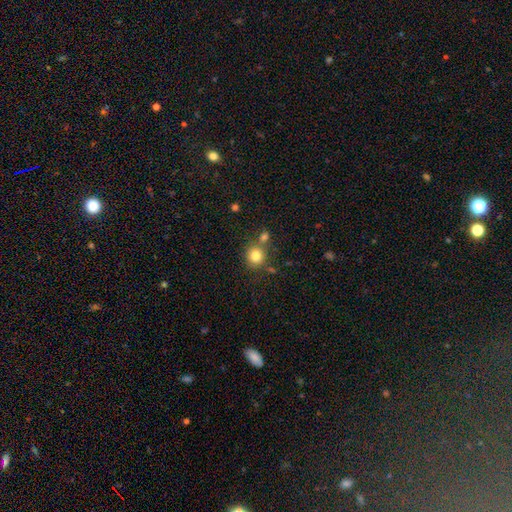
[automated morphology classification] Smooth or featured: smooth — 81% (star or artifact — 11%)
How rounded: round — 88% (in between — 11%)
Merging: none — 68% (merger — 19%)